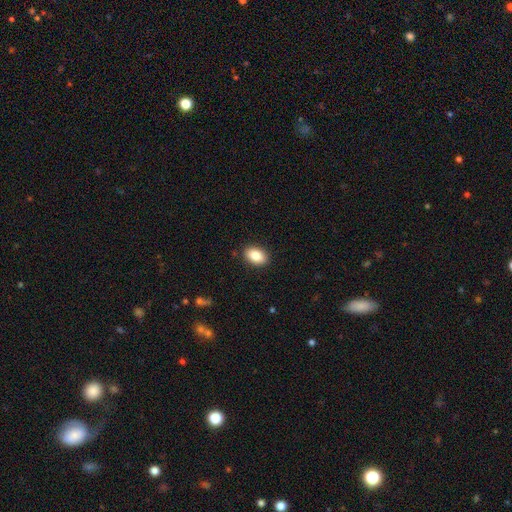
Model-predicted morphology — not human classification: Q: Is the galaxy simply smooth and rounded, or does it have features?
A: smooth — 86%.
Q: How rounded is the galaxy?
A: in between — 89%.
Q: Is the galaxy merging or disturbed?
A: none — 89%.